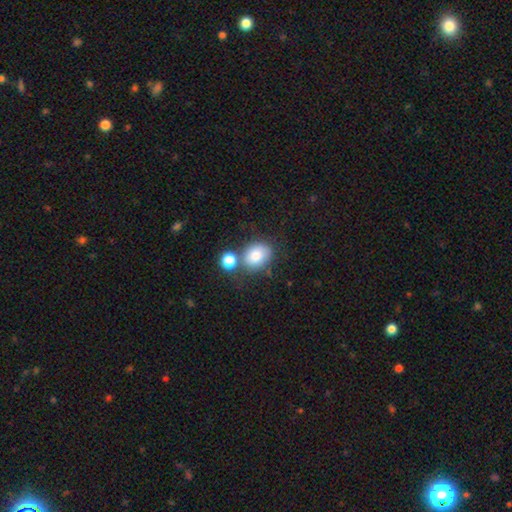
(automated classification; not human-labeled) Morphology: type=smooth (79%); roundness=in between (52%); merging=none (58%).